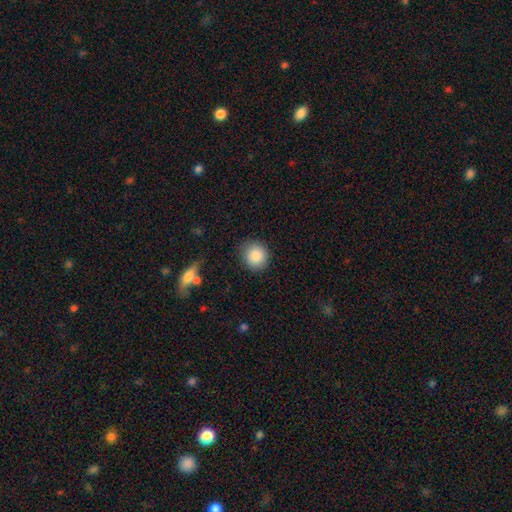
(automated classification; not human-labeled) Morphology: type=smooth (88%); roundness=round (89%); merging=none (86%).